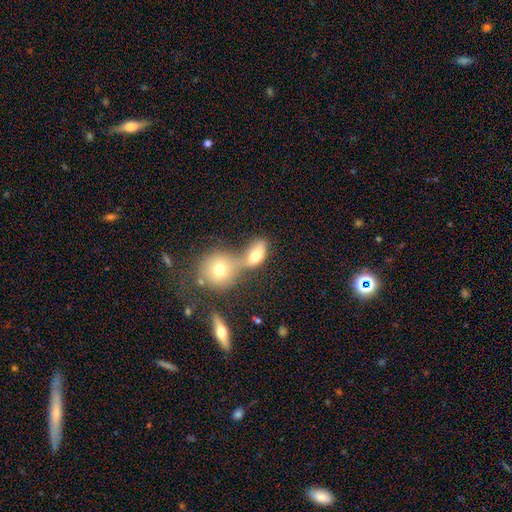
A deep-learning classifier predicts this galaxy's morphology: A smooth galaxy with no disk features (72%) that is in between round and cigar-shaped (67%).

Vote fractions:
- Smooth or featured? smooth: 72% / featured or disk: 17% / star or artifact: 11%
- How rounded? in between: 67% / round: 28% / cigar-shaped: 5%
- Merging? merger: 61% / none: 24% / minor disturbance: 8% / major disturbance: 7%